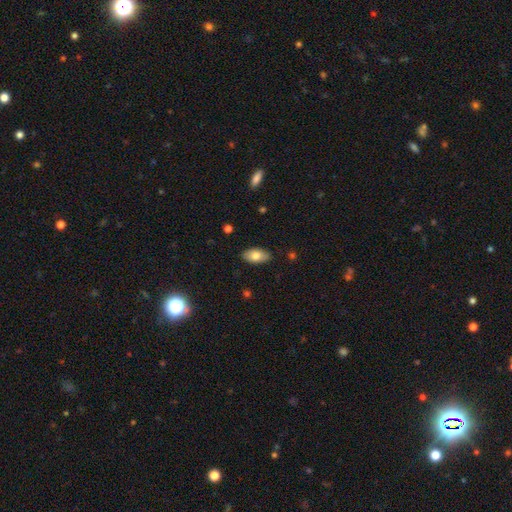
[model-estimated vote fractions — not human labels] The model was most divided on "smooth or featured": smooth: 78%, featured or disk: 15%, star or artifact: 7%. More confident: how rounded — in between (93%); merging — none (85%).